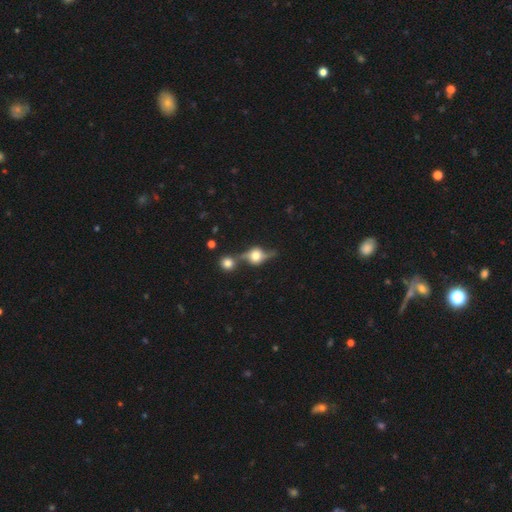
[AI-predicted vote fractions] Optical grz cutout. It shows a featured or disk galaxy (67%) viewed edge-on (66%). Merging: none (51%).